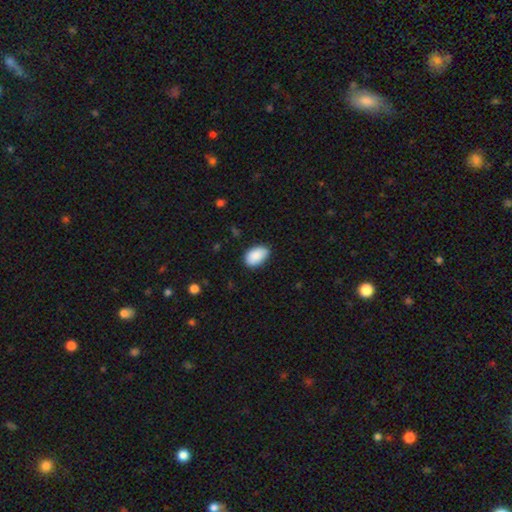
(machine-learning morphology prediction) Overall: smooth (88%). How rounded: in between (91%). Merging: none (79%).